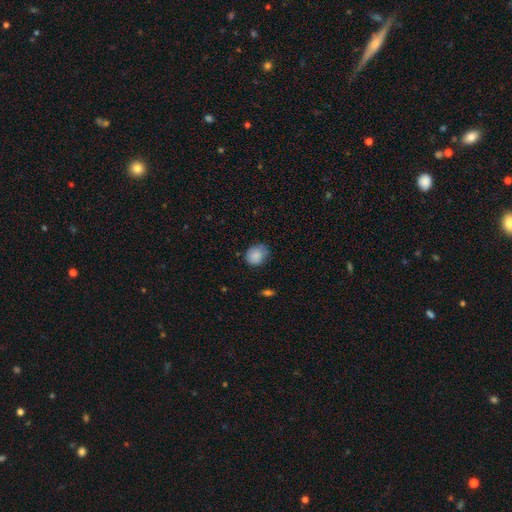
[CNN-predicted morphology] Smooth or featured: smooth — 86% (star or artifact — 8%)
How rounded: round — 57% (in between — 42%)
Merging: none — 63% (minor disturbance — 29%)